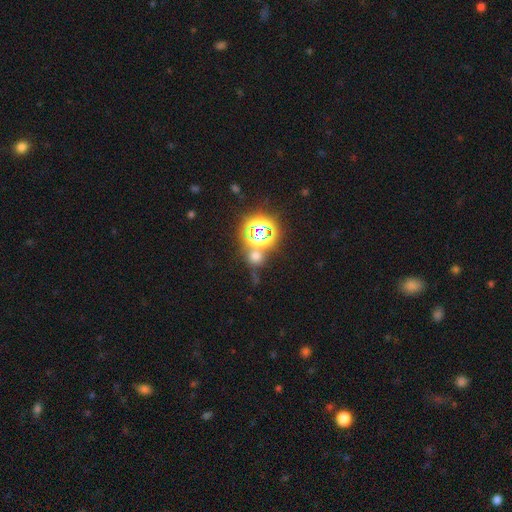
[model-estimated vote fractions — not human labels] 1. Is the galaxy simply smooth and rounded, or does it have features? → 47% star or artifact, 45% smooth, 8% featured or disk.